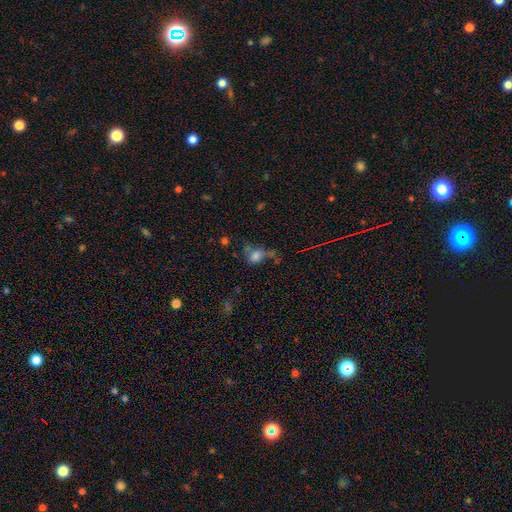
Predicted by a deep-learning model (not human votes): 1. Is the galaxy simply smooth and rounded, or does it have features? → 67% smooth, 18% star or artifact, 16% featured or disk.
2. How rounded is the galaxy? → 55% in between, 44% round, 2% cigar-shaped.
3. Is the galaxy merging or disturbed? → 31% none, 26% major disturbance, 22% merger, 21% minor disturbance.